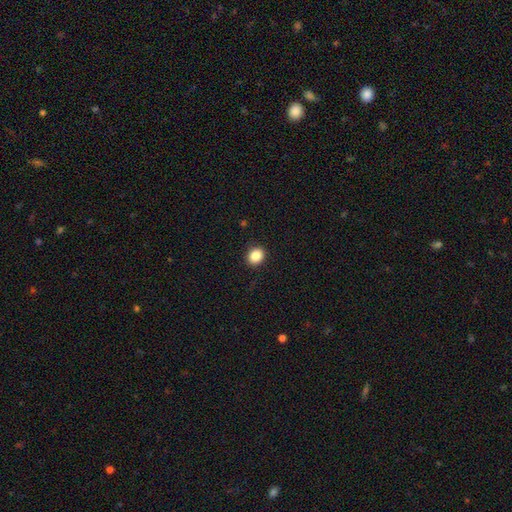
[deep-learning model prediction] Morphology: type=smooth (87%); roundness=round (64%); merging=none (91%).